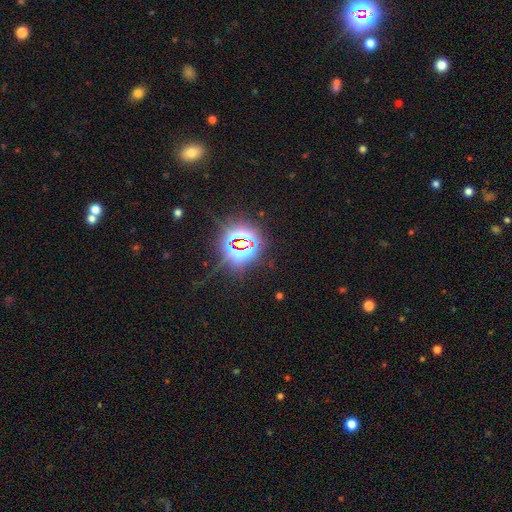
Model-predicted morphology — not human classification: Q: Smooth or featured?
A: star or artifact (80%); runner-up: smooth (13%)